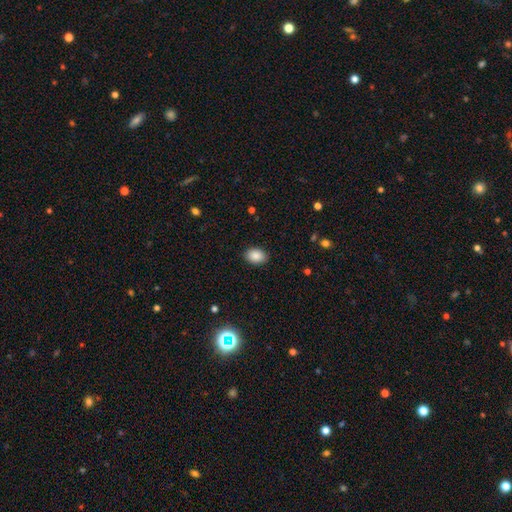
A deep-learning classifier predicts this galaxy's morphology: A smooth galaxy with no disk features (88%) that is in between round and cigar-shaped (79%). Merging: none (89%).